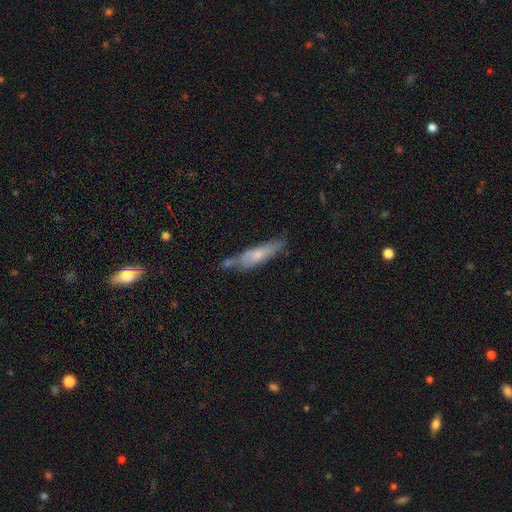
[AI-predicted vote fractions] This is possibly a smooth galaxy (54%). How rounded: likely cigar-shaped (77%). Merging: possibly none (52%).